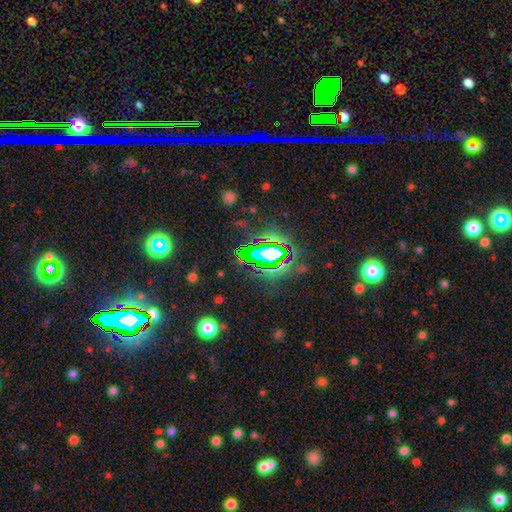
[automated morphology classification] A star or artifact, not a galaxy (73%).